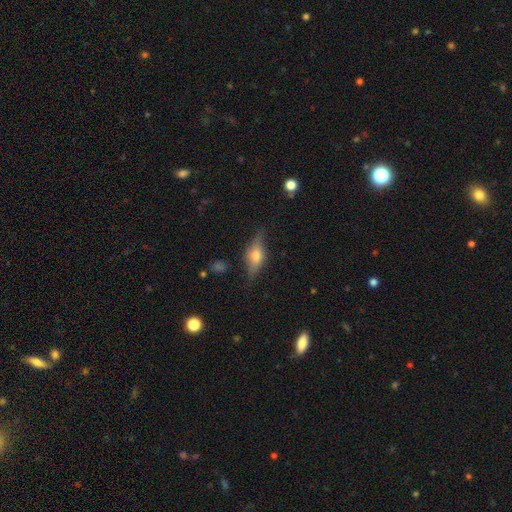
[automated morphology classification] type=featured or disk (48%); merging=none (76%).